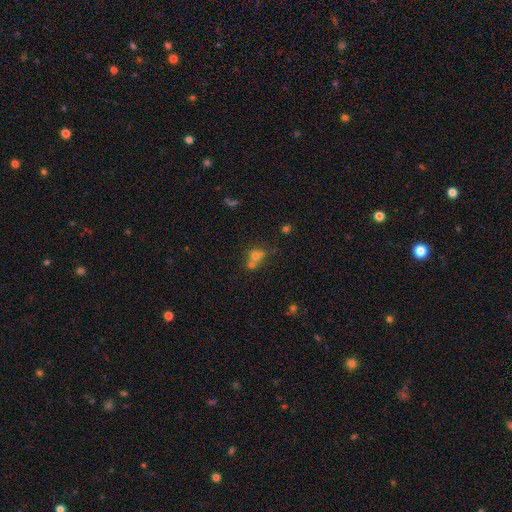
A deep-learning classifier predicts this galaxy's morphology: smooth-or-featured: smooth: 62% | star or artifact: 20% | featured or disk: 18%
  how-rounded: round: 77% | in between: 22% | cigar-shaped: 1%
  merging: merger: 52% | none: 36% | minor disturbance: 7% | major disturbance: 4%